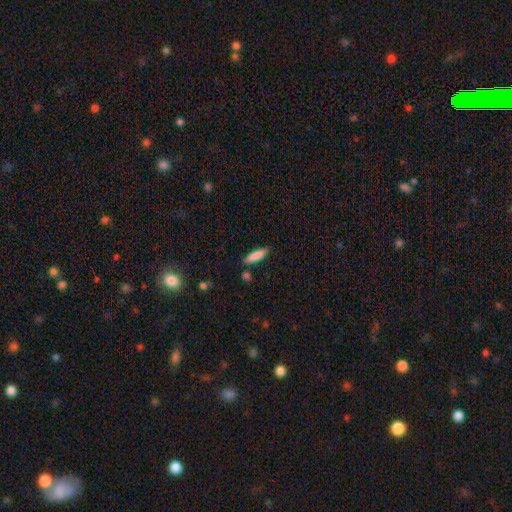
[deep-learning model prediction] This is clearly a smooth galaxy (85%). How rounded: likely cigar-shaped (67%). Merging: clearly none (84%).